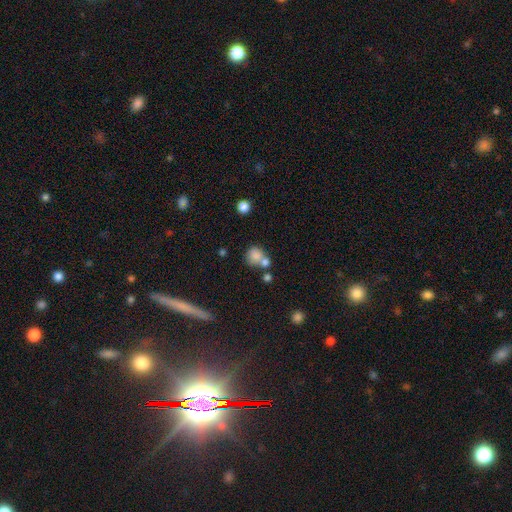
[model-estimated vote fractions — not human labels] Smooth or featured?
  - smooth: 79% *
  - star or artifact: 11%
  - featured or disk: 10%
How rounded?
  - round: 82% *
  - in between: 16%
  - cigar-shaped: 1%
Merging?
  - none: 43% *
  - merger: 42%
  - minor disturbance: 10%
  - major disturbance: 5%